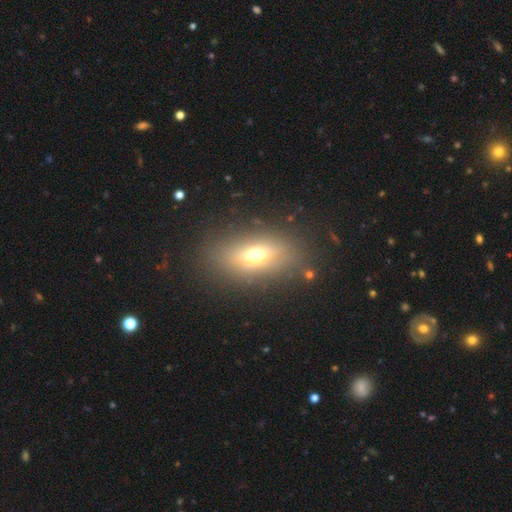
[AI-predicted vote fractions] smooth-or-featured: smooth: 57% | featured or disk: 30% | star or artifact: 13%
  how-rounded: in between: 74% | cigar-shaped: 14% | round: 11%
  merging: none: 82% | minor disturbance: 10% | major disturbance: 5% | merger: 2%